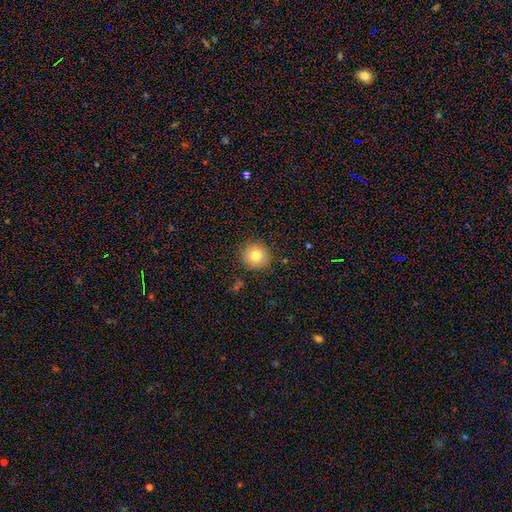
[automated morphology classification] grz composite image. It shows a smooth galaxy with no disk features (79%) that is round (92%). Merging: none (89%).